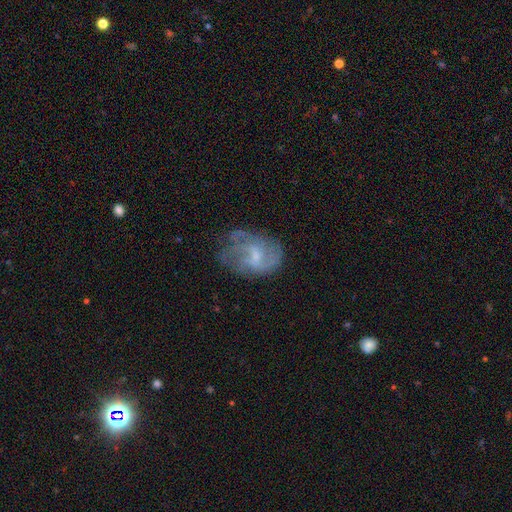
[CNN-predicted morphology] featured or disk 68%, smooth 23%, star or artifact 9%. Down the decision tree: edge-on disk — no (97%); bar — weak (53%); spiral arms — yes (75%); spiral arm count — can't tell (39%); spiral winding — medium (41%); bulge size — small (53%); merging — none (47%).